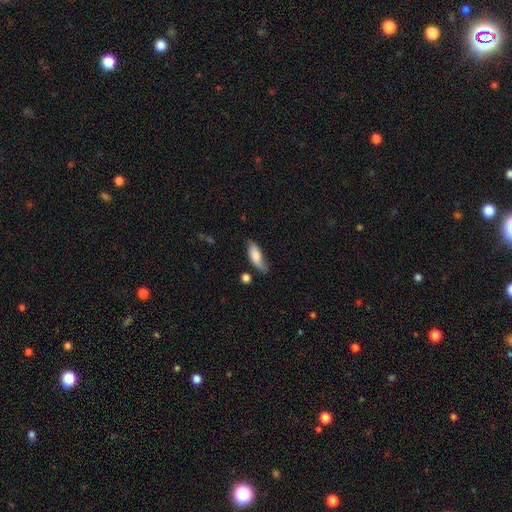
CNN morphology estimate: type=smooth (72%); roundness=in between (74%); merging=none (57%).